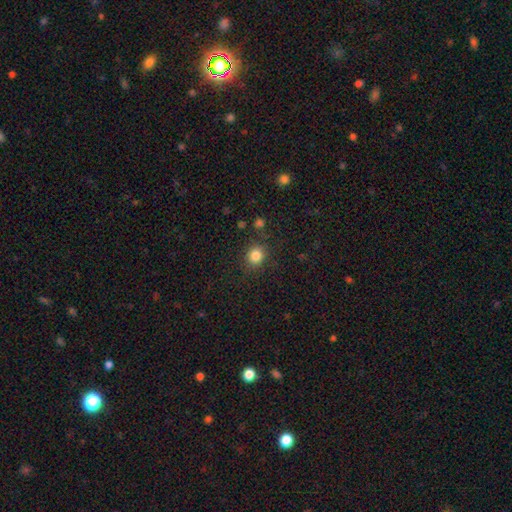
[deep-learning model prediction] Overall: smooth (83%). How rounded: round (83%). Merging: none (85%).